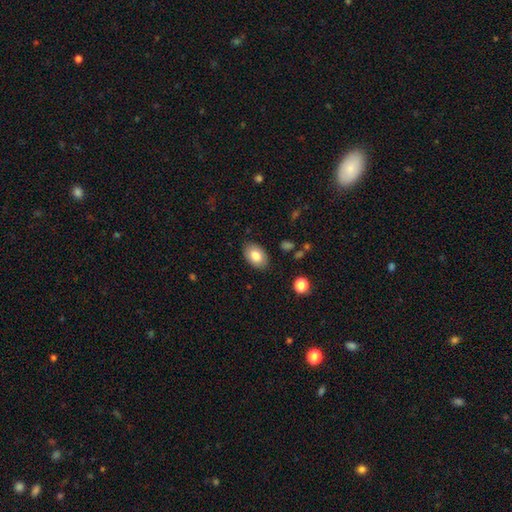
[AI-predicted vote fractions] Smooth or featured? Predicted: smooth (p=0.82). How rounded? Predicted: in between (p=0.88). Merging? Predicted: none (p=0.85).